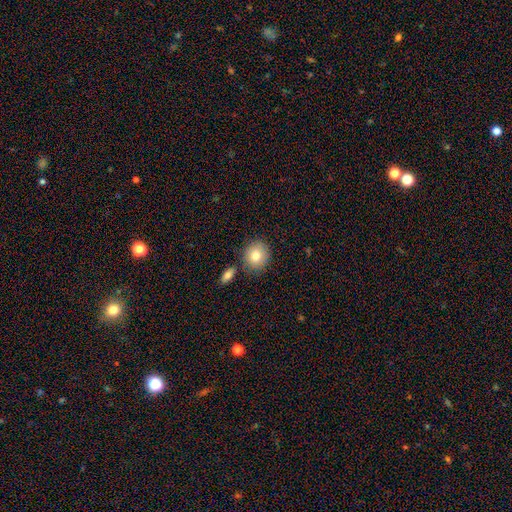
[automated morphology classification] smooth-or-featured: smooth: 80% | featured or disk: 11% | star or artifact: 9%
  how-rounded: round: 80% | in between: 19% | cigar-shaped: 1%
  merging: none: 79% | minor disturbance: 10% | merger: 9% | major disturbance: 3%